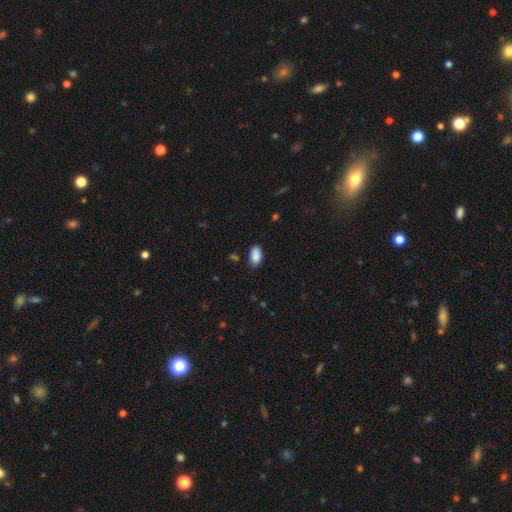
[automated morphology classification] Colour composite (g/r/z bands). It shows a smooth galaxy with no disk features (89%) that is in between round and cigar-shaped (94%). Merging: none (82%).